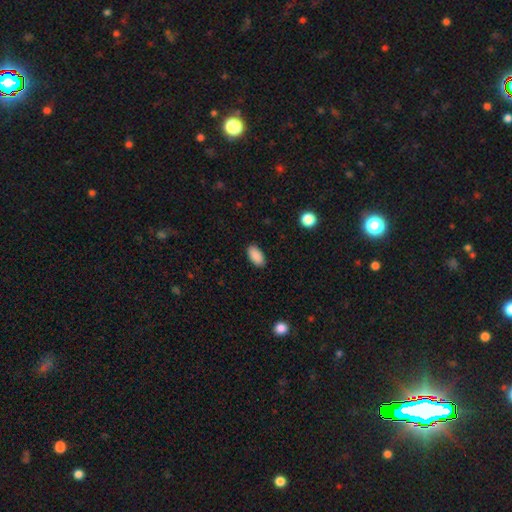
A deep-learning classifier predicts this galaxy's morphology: Smooth or featured? Predicted: smooth (p=0.90). How rounded? Predicted: in between (p=0.94). Merging? Predicted: none (p=0.89).